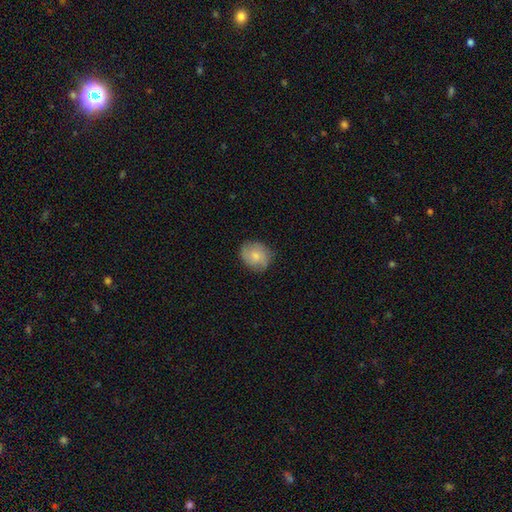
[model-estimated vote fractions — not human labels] This appears to be a smooth galaxy with no disk features (74%) that is round (66%). Merging: none (79%).